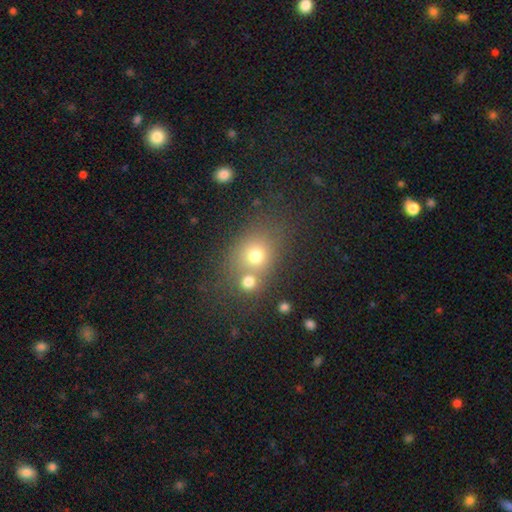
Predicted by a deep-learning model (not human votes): A smooth galaxy with no disk features (70%) that is round (63%). Merging: none (49%).